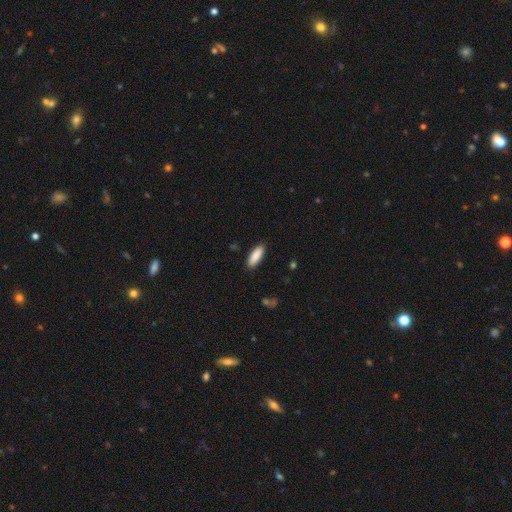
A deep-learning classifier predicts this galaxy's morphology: Smooth or featured?
  - smooth: 89% *
  - star or artifact: 6%
  - featured or disk: 6%
How rounded?
  - in between: 64% *
  - cigar-shaped: 35%
  - round: 1%
Merging?
  - none: 87% *
  - minor disturbance: 10%
  - major disturbance: 2%
  - merger: 1%